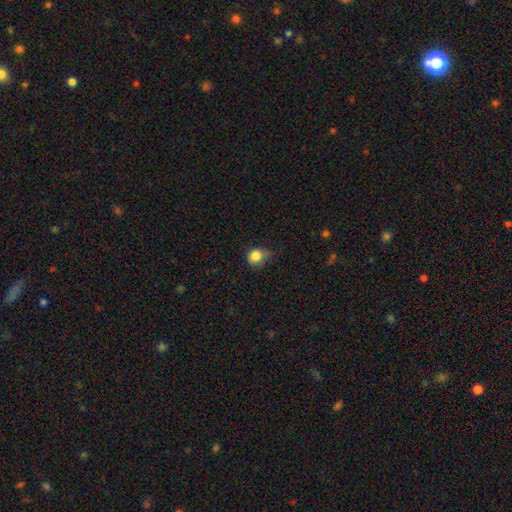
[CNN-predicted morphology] A smooth galaxy with no disk features (83%) that is round (77%).

Vote fractions:
- Smooth or featured? smooth: 83% / star or artifact: 11% / featured or disk: 6%
- How rounded? round: 77% / in between: 22% / cigar-shaped: 1%
- Merging? none: 53% / minor disturbance: 35% / major disturbance: 10% / merger: 2%